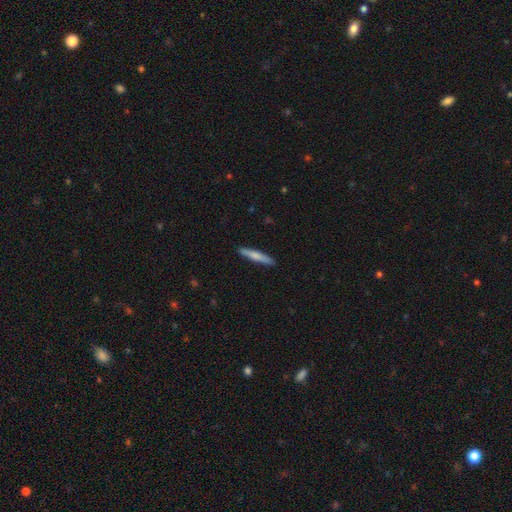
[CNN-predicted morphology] smooth-or-featured: smooth: 69% | featured or disk: 26% | star or artifact: 5%
  how-rounded: cigar-shaped: 93% | in between: 6% | round: 1%
  merging: none: 91% | minor disturbance: 7% | major disturbance: 1% | merger: 1%